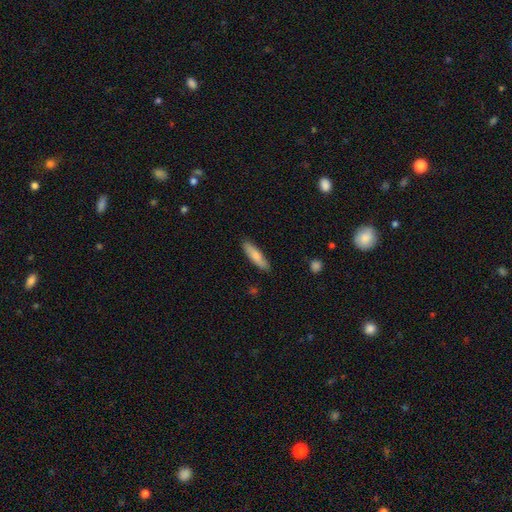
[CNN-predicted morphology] This appears to be a smooth galaxy with no disk features (76%) that is cigar-shaped (69%). Merging: none (87%).